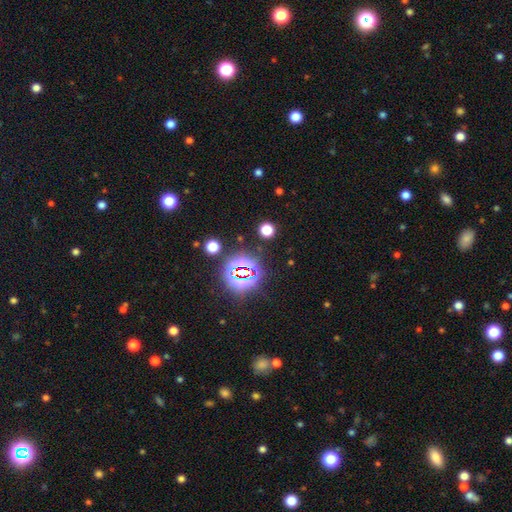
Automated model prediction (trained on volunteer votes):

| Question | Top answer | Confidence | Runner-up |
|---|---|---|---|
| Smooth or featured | star or artifact | 82% | smooth (12%) |